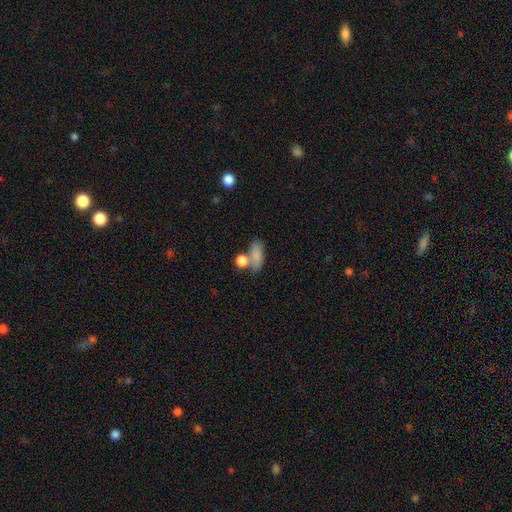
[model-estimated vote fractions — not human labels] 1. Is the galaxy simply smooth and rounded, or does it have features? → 80% smooth, 10% featured or disk, 10% star or artifact.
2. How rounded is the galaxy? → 77% in between, 14% round, 10% cigar-shaped.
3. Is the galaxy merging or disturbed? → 44% none, 32% merger, 15% minor disturbance, 9% major disturbance.